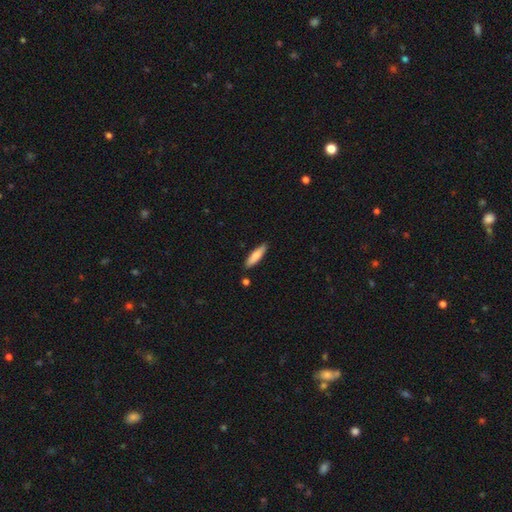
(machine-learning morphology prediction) Smooth or featured?
  - smooth: 80% *
  - featured or disk: 14%
  - star or artifact: 6%
How rounded?
  - cigar-shaped: 73% *
  - in between: 26%
  - round: 1%
Merging?
  - none: 85% *
  - minor disturbance: 10%
  - merger: 3%
  - major disturbance: 2%